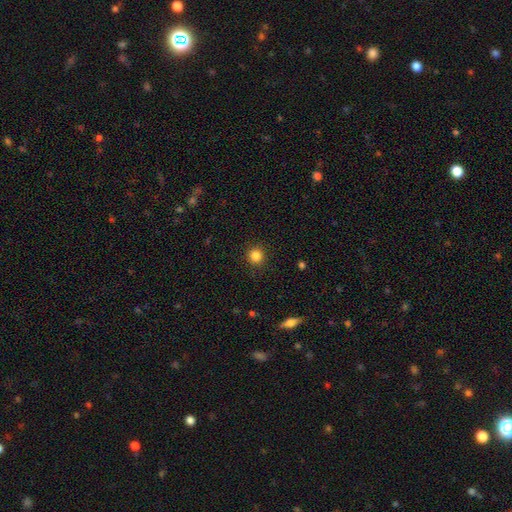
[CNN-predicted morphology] Overall: smooth (84%). How rounded: round (93%). Merging: none (91%).